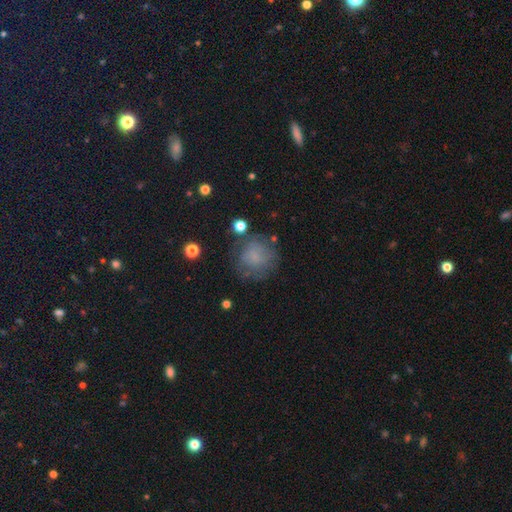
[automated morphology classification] type=smooth (67%); roundness=round (88%); merging=none (66%).